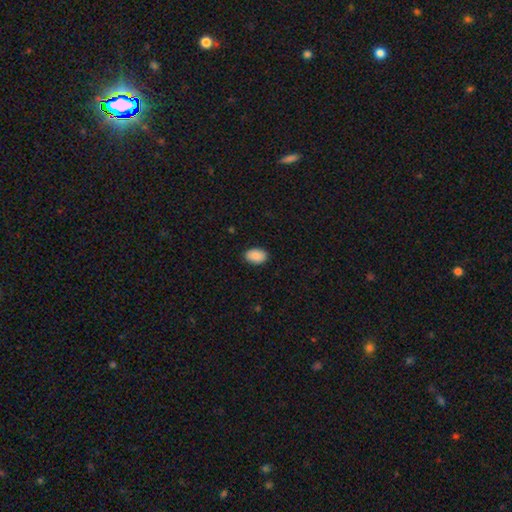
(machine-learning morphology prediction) Smooth or featured?
  - smooth: 90% *
  - star or artifact: 7%
  - featured or disk: 3%
How rounded?
  - in between: 90% *
  - round: 9%
  - cigar-shaped: 1%
Merging?
  - none: 88% *
  - minor disturbance: 9%
  - major disturbance: 2%
  - merger: 1%